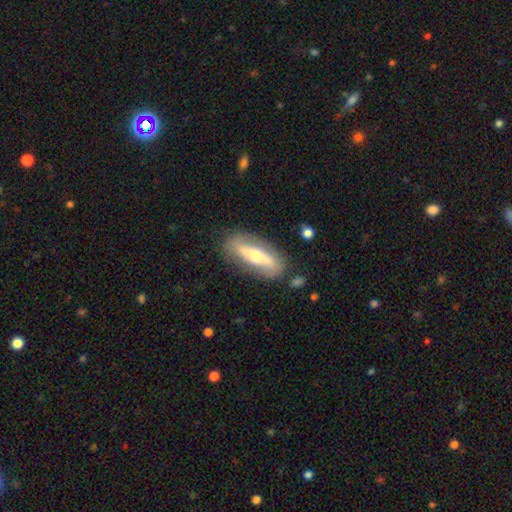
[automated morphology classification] smooth_or_featured: featured or disk (p=0.59) [alt: smooth p=0.35]
disk_edge_on: no (p=0.65) [alt: yes p=0.35]
merging: none (p=0.81) [alt: minor disturbance p=0.13]